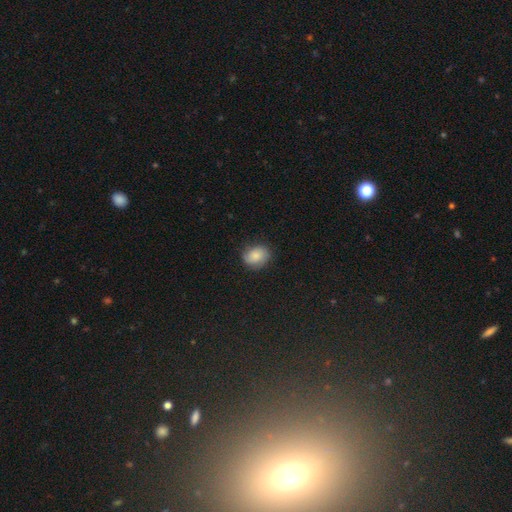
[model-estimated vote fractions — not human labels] The model was most divided on "how rounded": in between: 53%, round: 47%, cigar-shaped: 1%. More confident: smooth or featured — smooth (77%); merging — none (74%).